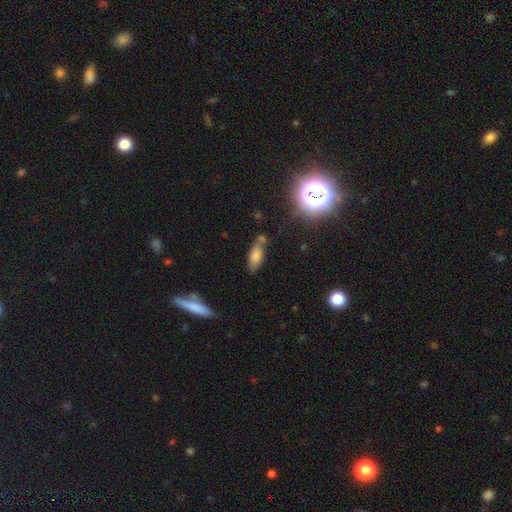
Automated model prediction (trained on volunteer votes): smooth-or-featured: smooth: 74% | star or artifact: 13% | featured or disk: 13%
  how-rounded: in between: 79% | cigar-shaped: 18% | round: 3%
  merging: none: 60% | minor disturbance: 19% | merger: 16% | major disturbance: 5%